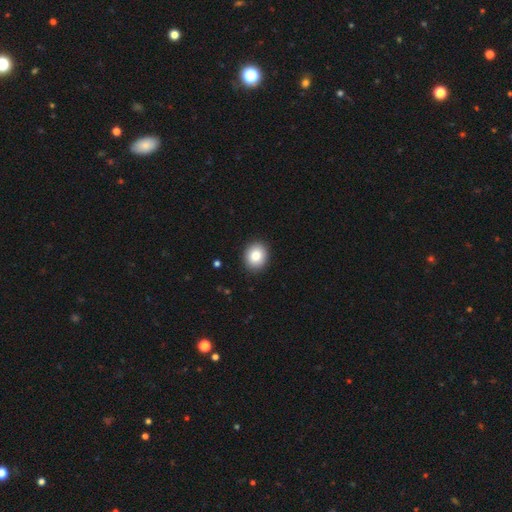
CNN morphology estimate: smooth 83%, star or artifact 8%, featured or disk 8%. Down the decision tree: how rounded — round (59%); merging — none (91%).